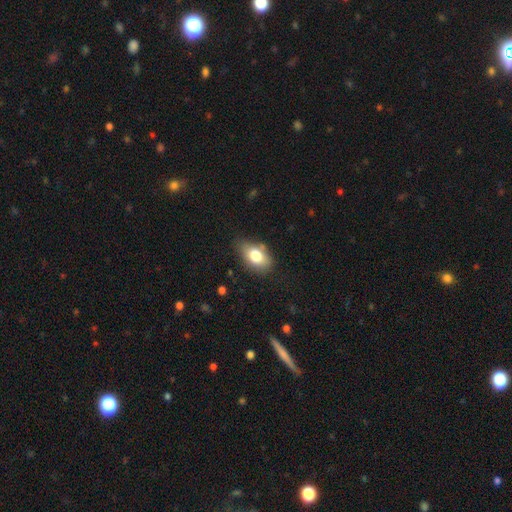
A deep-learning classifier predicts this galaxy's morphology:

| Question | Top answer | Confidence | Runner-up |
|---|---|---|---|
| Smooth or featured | smooth | 76% | featured or disk (15%) |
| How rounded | in between | 87% | round (11%) |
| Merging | none | 67% | minor disturbance (24%) |